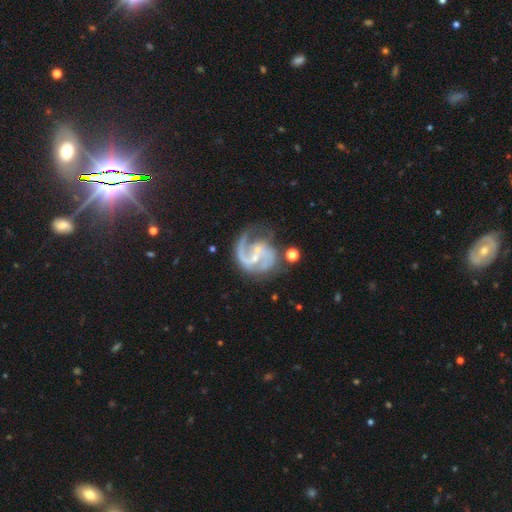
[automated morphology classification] Overall: featured or disk (89%). Edge-on disk: no (98%). Bar: weak (47%; no 33%). Spiral arms: yes (96%). Spiral arm count: 2 (75%). Spiral winding: medium (55%; loose 27%). Bulge size: small (69%). Merging: none (52%; minor disturbance 21%).